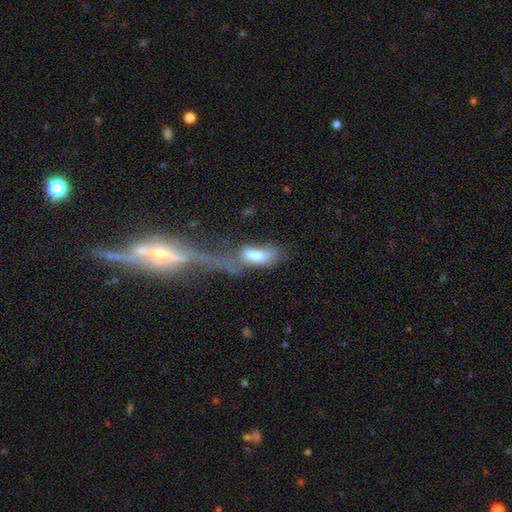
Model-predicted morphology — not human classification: A smooth galaxy with no disk features (67%) that is in between round and cigar-shaped (83%). Merging: major disturbance (37%).